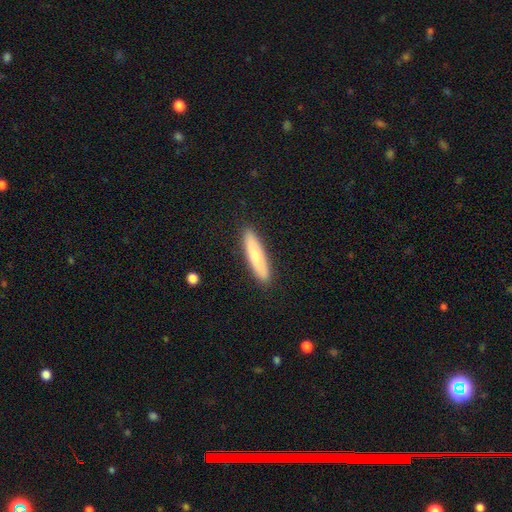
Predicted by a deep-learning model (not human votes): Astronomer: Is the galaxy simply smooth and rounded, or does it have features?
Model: smooth — 73%.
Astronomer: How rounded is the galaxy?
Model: cigar-shaped — 85%.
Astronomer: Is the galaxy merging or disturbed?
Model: none — 90%.